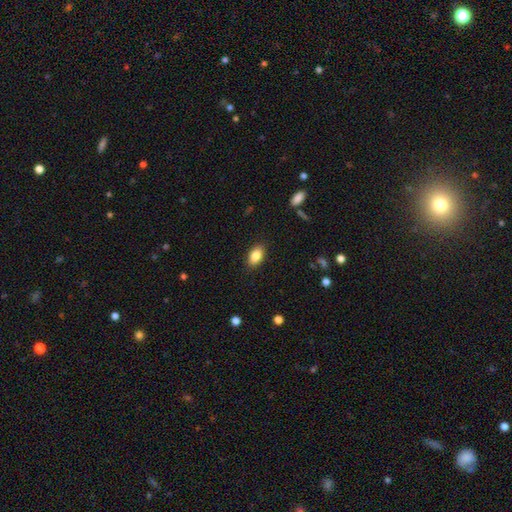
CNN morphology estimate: Smooth or featured?
  - smooth: 86% *
  - star or artifact: 8%
  - featured or disk: 7%
How rounded?
  - in between: 91% *
  - round: 7%
  - cigar-shaped: 3%
Merging?
  - none: 88% *
  - minor disturbance: 9%
  - major disturbance: 2%
  - merger: 1%